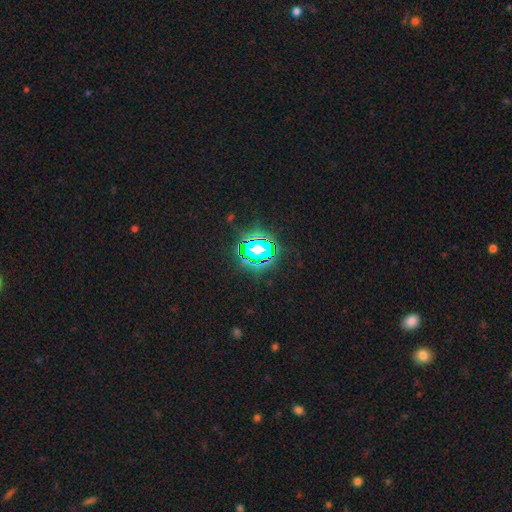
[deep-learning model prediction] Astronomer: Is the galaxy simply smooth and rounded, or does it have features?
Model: star or artifact — 79%.